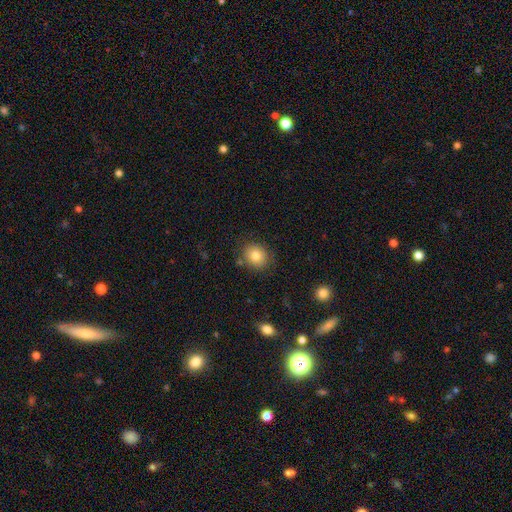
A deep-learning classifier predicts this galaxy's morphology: The model was most divided on "how rounded": round: 74%, in between: 25%, cigar-shaped: 1%. More confident: merging — none (83%); smooth or featured — smooth (81%).